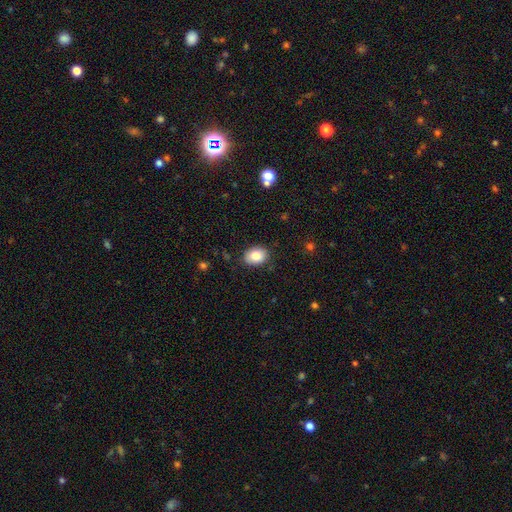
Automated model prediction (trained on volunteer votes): A smooth galaxy with no disk features (81%) that is in between round and cigar-shaped (68%).

Vote fractions:
- Smooth or featured? smooth: 81% / featured or disk: 10% / star or artifact: 9%
- How rounded? in between: 68% / round: 31% / cigar-shaped: 1%
- Merging? none: 86% / minor disturbance: 11% / major disturbance: 2% / merger: 1%